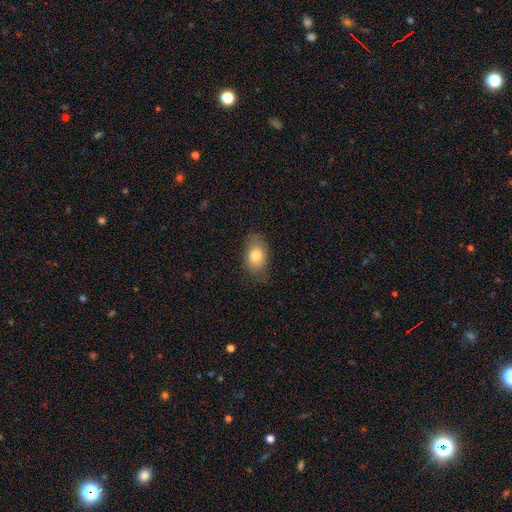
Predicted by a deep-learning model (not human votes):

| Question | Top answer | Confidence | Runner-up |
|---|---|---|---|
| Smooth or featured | smooth | 80% | featured or disk (12%) |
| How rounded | in between | 86% | round (12%) |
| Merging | none | 76% | minor disturbance (18%) |